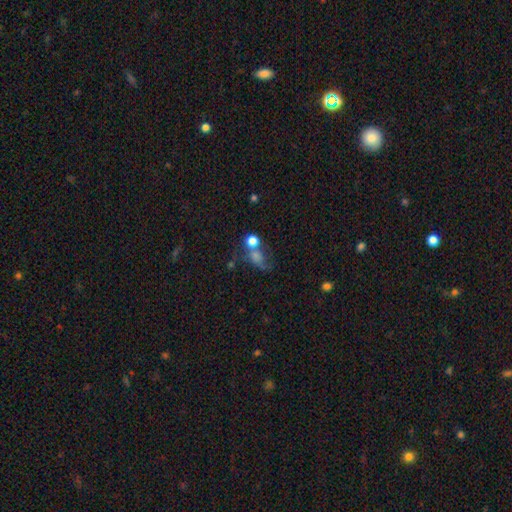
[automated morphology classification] smooth_or_featured: smooth (p=0.48) [alt: featured or disk p=0.27]
merging: none (p=0.36) [alt: merger p=0.27]